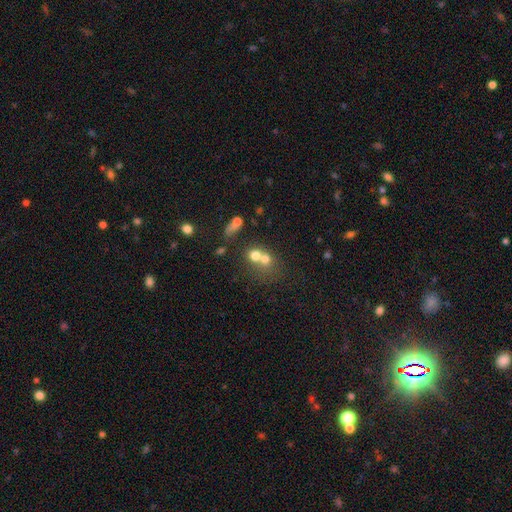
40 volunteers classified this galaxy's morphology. This appears to be a smooth galaxy with no disk features (85%) that is round (85%). Merging: merger (64%).